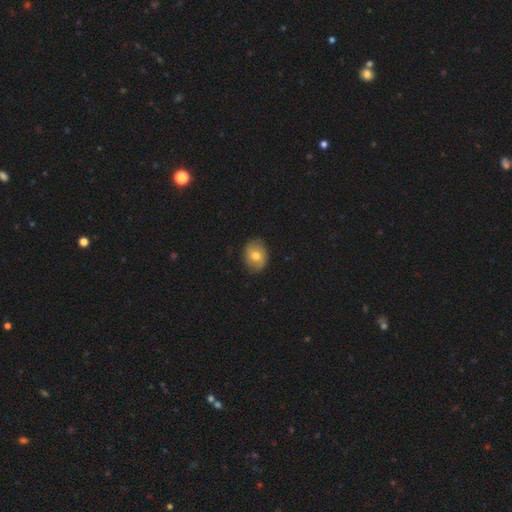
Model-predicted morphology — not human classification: A smooth galaxy with no disk features (68%) that is in between round and cigar-shaped (50%).

Vote fractions:
- Smooth or featured? smooth: 68% / featured or disk: 24% / star or artifact: 8%
- How rounded? in between: 50% / round: 49% / cigar-shaped: 1%
- Merging? none: 84% / minor disturbance: 13% / major disturbance: 3% / merger: 1%